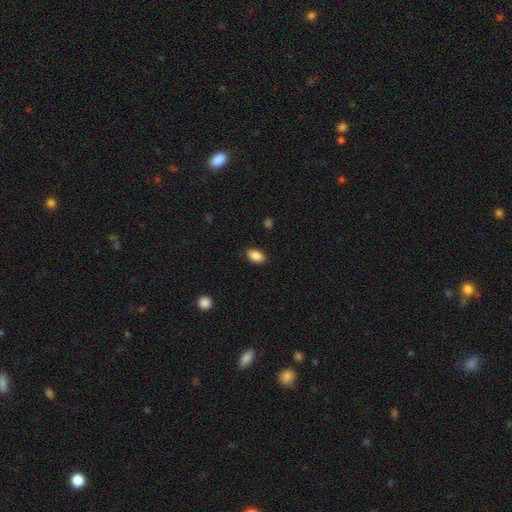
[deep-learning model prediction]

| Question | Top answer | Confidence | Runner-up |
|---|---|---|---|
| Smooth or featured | smooth | 88% | star or artifact (8%) |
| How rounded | in between | 91% | round (7%) |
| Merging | none | 87% | minor disturbance (9%) |